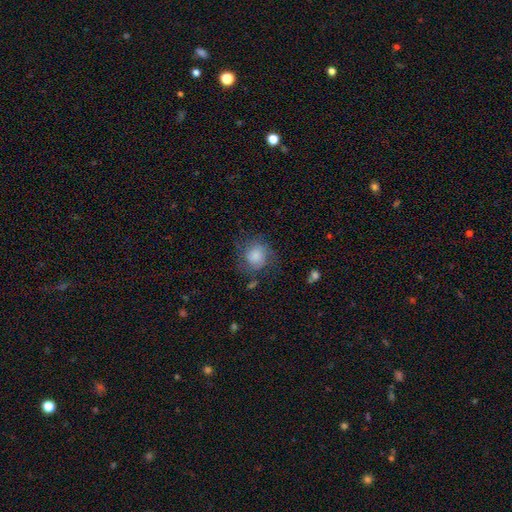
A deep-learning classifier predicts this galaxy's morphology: type=smooth (73%); roundness=round (80%); merging=none (59%).